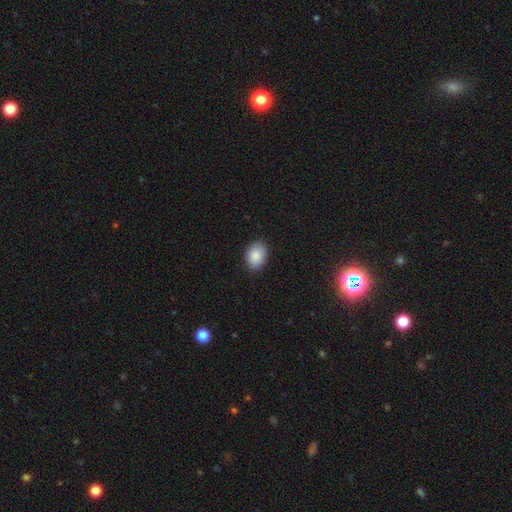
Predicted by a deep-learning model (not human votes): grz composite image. It shows a smooth galaxy with no disk features (88%) that is in between round and cigar-shaped (72%). Merging: none (88%).